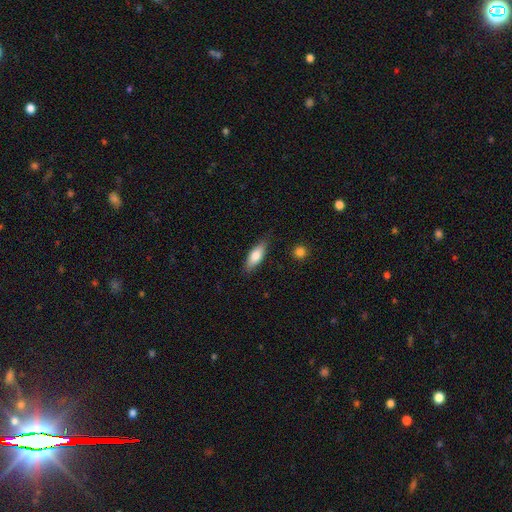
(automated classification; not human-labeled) smooth 75%, featured or disk 19%, star or artifact 6%. Down the decision tree: how rounded — in between (68%); merging — none (82%).